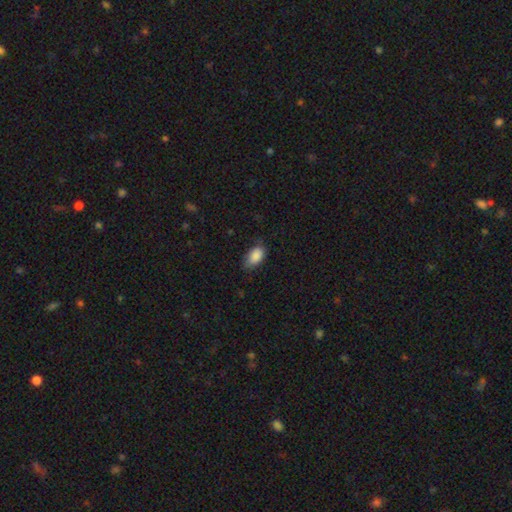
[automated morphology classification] type=smooth (88%); roundness=in between (92%); merging=none (67%).